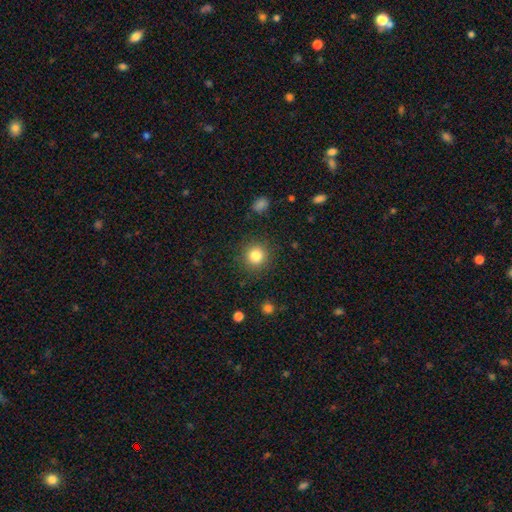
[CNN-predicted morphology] Q: Smooth or featured?
A: smooth (83%); runner-up: star or artifact (11%)
Q: How rounded?
A: round (93%); runner-up: in between (7%)
Q: Merging?
A: none (88%); runner-up: minor disturbance (7%)